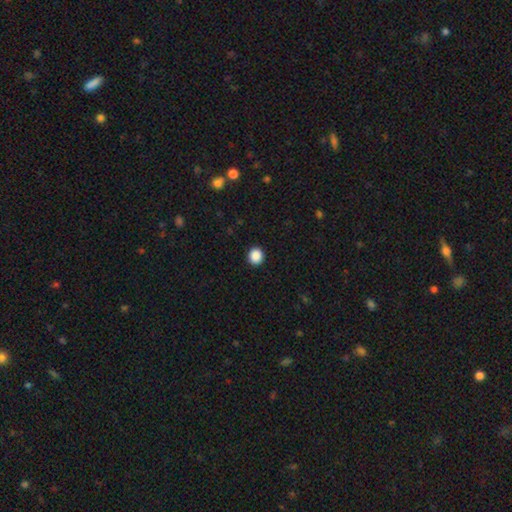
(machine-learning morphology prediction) Overall: smooth (89%). How rounded: round (88%). Merging: none (92%).